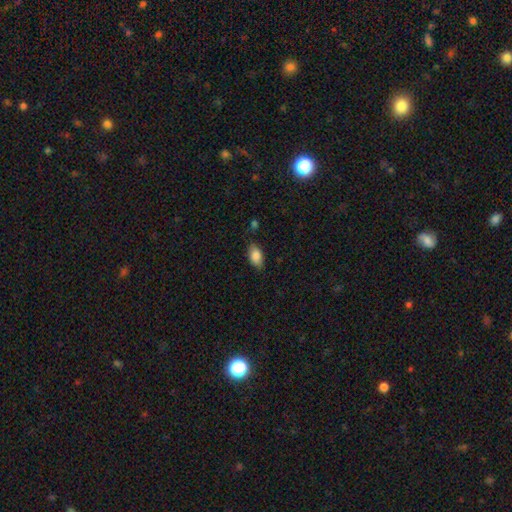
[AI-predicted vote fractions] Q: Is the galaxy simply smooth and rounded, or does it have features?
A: smooth — 85%.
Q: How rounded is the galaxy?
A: in between — 91%.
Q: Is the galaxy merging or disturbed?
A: none — 76%.